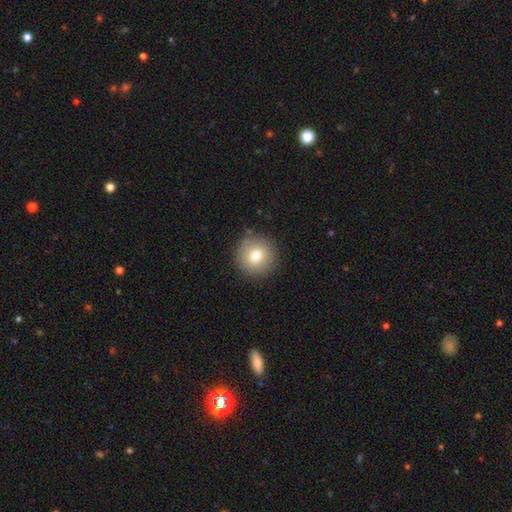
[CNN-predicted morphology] Smooth or featured? Predicted: smooth (p=0.77). How rounded? Predicted: round (p=0.94). Merging? Predicted: none (p=0.89).